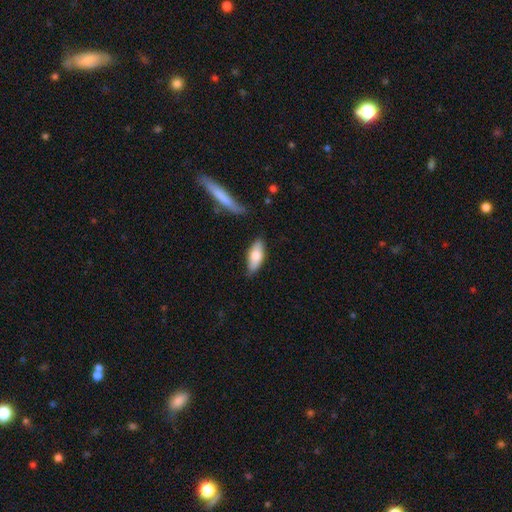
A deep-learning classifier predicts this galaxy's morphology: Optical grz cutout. It shows a smooth galaxy with no disk features (69%) that is in between round and cigar-shaped (75%). Merging: none (80%).